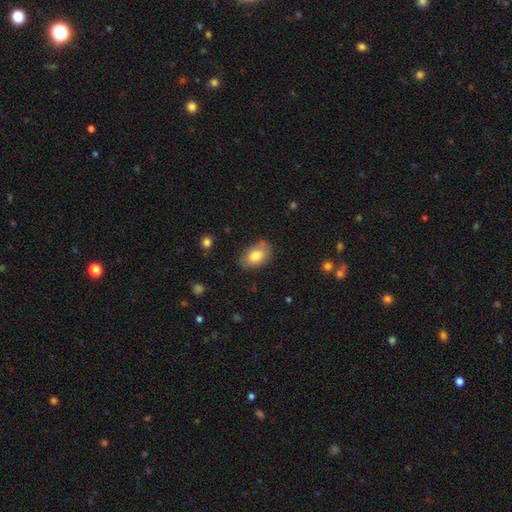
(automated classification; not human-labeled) smooth-or-featured: smooth: 80% | featured or disk: 13% | star or artifact: 7%
  how-rounded: in between: 88% | round: 11% | cigar-shaped: 1%
  merging: none: 76% | minor disturbance: 18% | major disturbance: 4% | merger: 2%